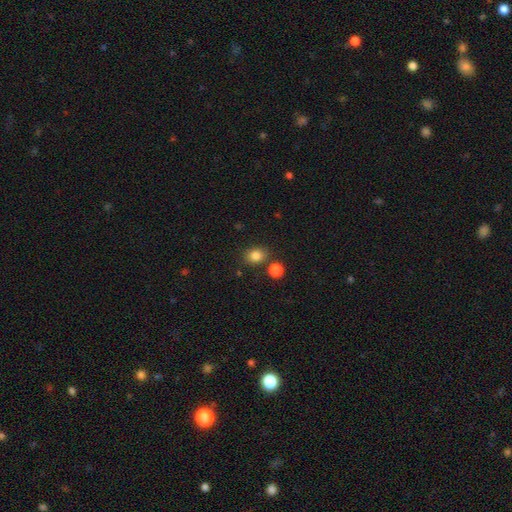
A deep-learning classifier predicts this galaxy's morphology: Smooth or featured? Predicted: smooth (p=0.84). How rounded? Predicted: round (p=0.52). Merging? Predicted: none (p=0.78).